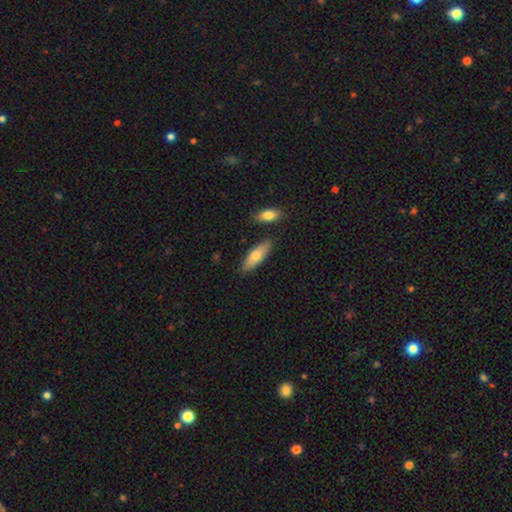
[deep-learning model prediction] Smooth or featured?
  - smooth: 72% *
  - featured or disk: 22%
  - star or artifact: 6%
How rounded?
  - in between: 58% *
  - cigar-shaped: 40%
  - round: 2%
Merging?
  - none: 81% *
  - minor disturbance: 11%
  - merger: 5%
  - major disturbance: 2%